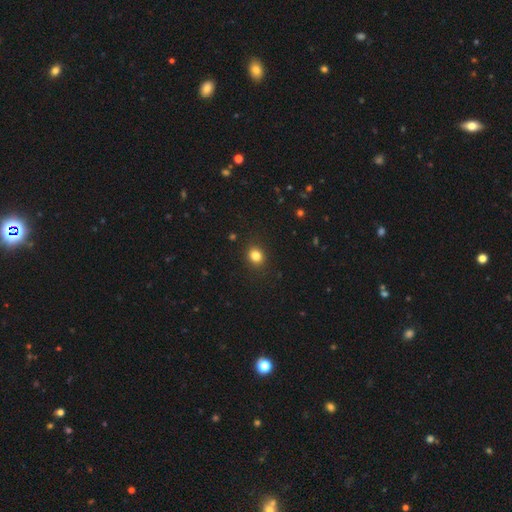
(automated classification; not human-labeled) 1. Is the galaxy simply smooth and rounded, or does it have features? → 83% smooth, 12% star or artifact, 5% featured or disk.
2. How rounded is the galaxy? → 73% round, 26% in between, 1% cigar-shaped.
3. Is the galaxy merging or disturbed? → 90% none, 7% minor disturbance, 2% major disturbance, 1% merger.